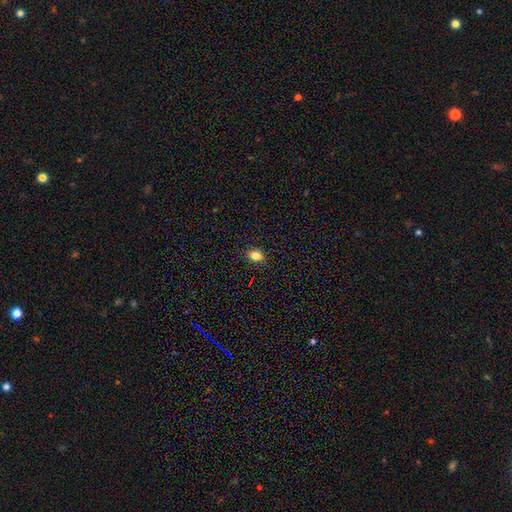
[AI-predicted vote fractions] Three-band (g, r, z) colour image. It shows a smooth galaxy with no disk features (81%) that is in between round and cigar-shaped (58%). Merging: none (88%).